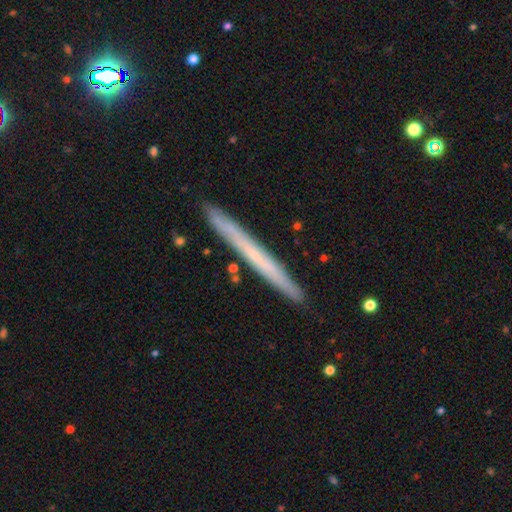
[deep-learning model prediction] This is possibly a featured or disk galaxy (49%). Merging: clearly none (90%).